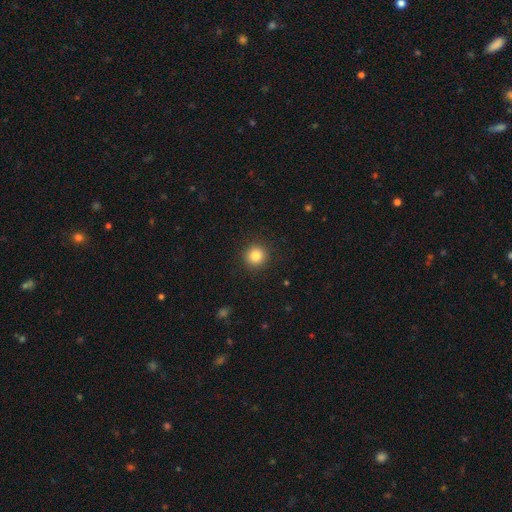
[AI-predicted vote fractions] Smooth or featured? smooth (83%)
How rounded? round (95%)
Merging? none (92%)